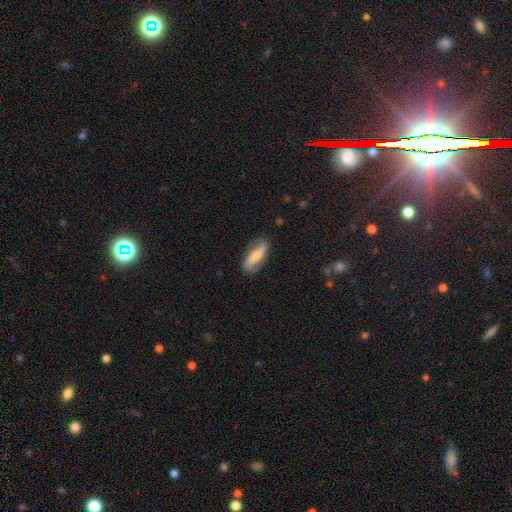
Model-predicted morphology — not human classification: Smooth or featured? featured or disk (65%)
Edge-on disk? no (84%)
Bar? strong (41%)
Spiral arms? yes (88%)
Bulge size? moderate (49%)
Merging? none (80%)